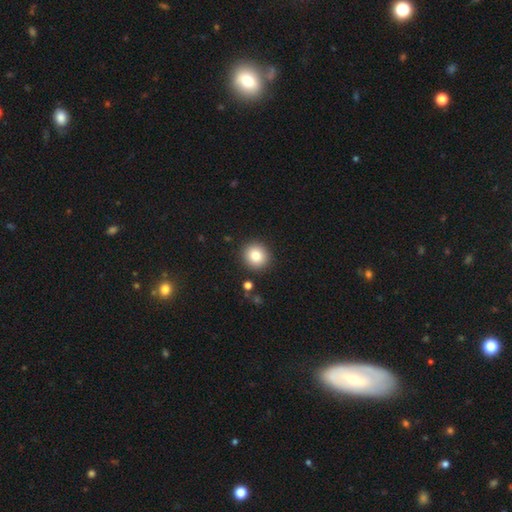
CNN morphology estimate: Q: Smooth or featured?
A: smooth (83%); runner-up: star or artifact (10%)
Q: How rounded?
A: round (89%); runner-up: in between (10%)
Q: Merging?
A: none (90%); runner-up: minor disturbance (6%)